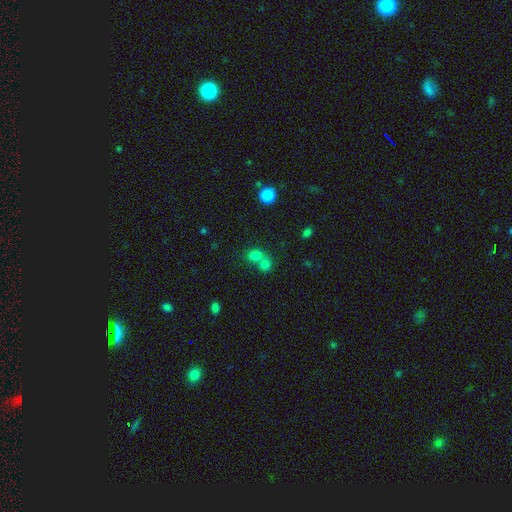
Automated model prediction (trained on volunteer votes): smooth 75%, star or artifact 16%, featured or disk 9%. Down the decision tree: how rounded — round (69%); merging — merger (51%).